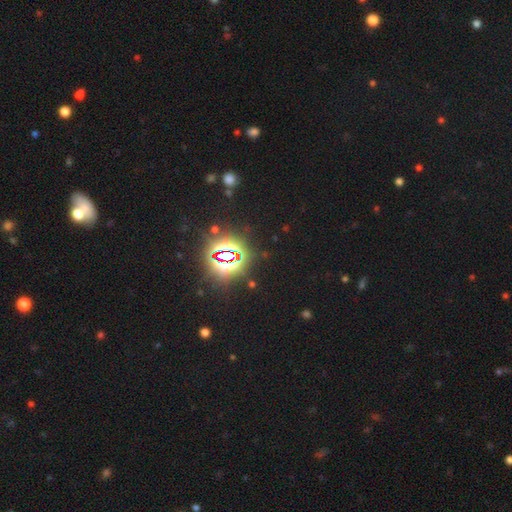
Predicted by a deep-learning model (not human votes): smooth_or_featured: star or artifact (p=0.83) [alt: smooth p=0.10]